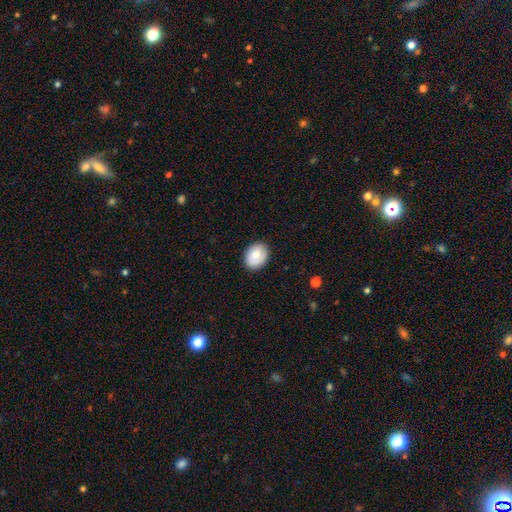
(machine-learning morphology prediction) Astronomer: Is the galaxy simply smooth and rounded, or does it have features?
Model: smooth — 72%.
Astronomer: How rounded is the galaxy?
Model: in between — 55% (runner-up: round, 44%).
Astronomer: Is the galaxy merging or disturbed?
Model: none — 85%.